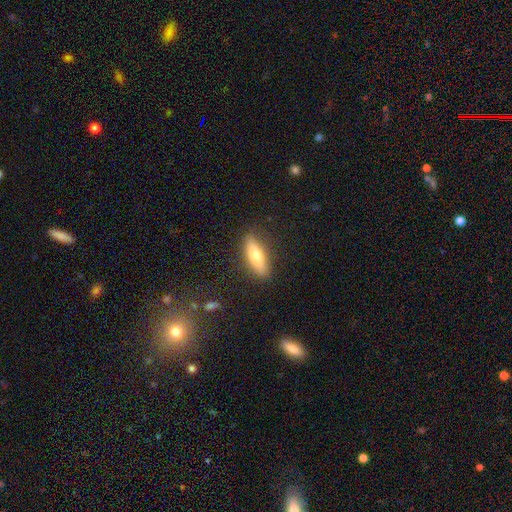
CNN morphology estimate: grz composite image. It shows a smooth galaxy with no disk features (64%) that is cigar-shaped (54%). Merging: none (86%).